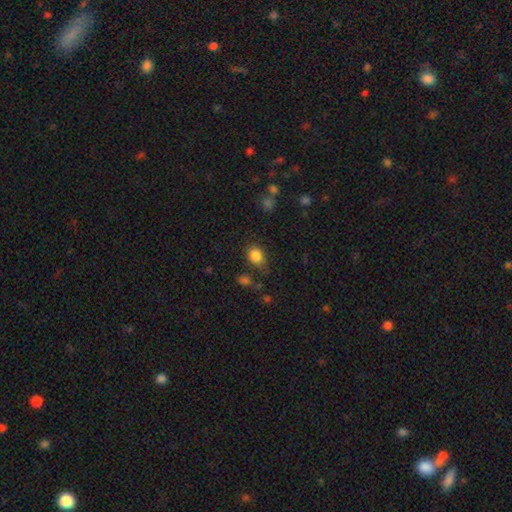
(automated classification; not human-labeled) This appears to be a smooth galaxy with no disk features (85%) that is in between round and cigar-shaped (49%, tied with round). Merging: none (74%).